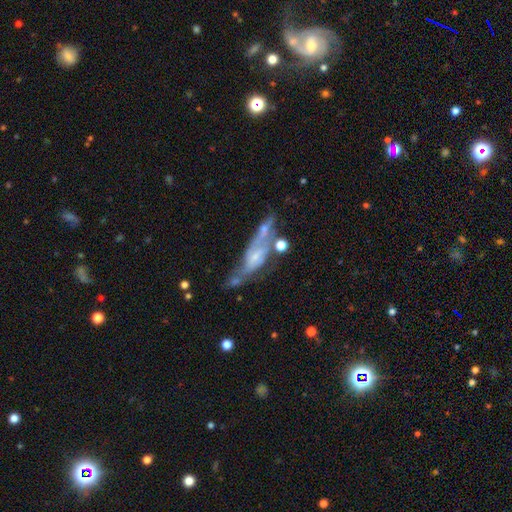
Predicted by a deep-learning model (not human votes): Morphology: type=featured or disk (67%); edge-on=no (73%); merging=none (34%).